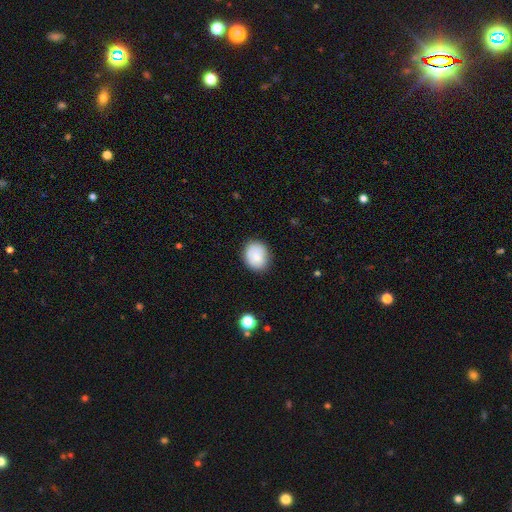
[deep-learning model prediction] Q: Smooth or featured?
A: smooth (81%); runner-up: featured or disk (11%)
Q: How rounded?
A: round (56%); runner-up: in between (43%)
Q: Merging?
A: none (81%); runner-up: minor disturbance (14%)